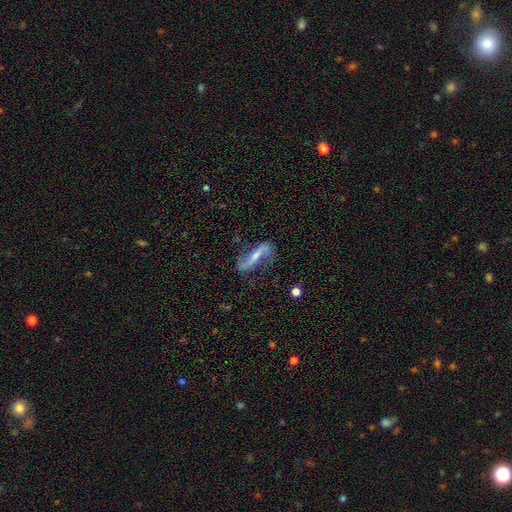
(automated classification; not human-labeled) A featured or disk galaxy (73%) with a strong bar (46%), 2 (90%) loose (85%) spiral arms (88%) and a small central bulge (50%). Merging: none (64%).